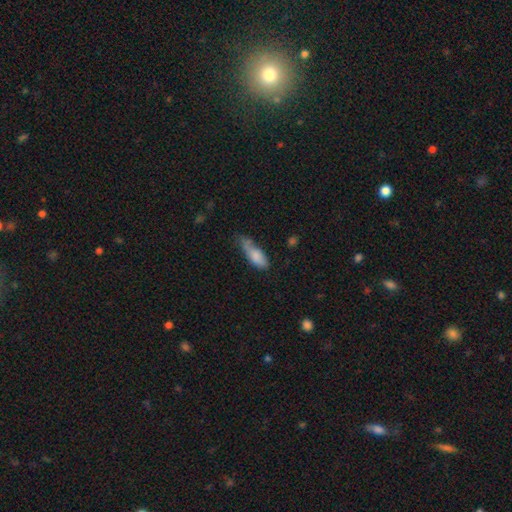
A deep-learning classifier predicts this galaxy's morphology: Smooth or featured? smooth (80%)
How rounded? in between (69%)
Merging? minor disturbance (41%)